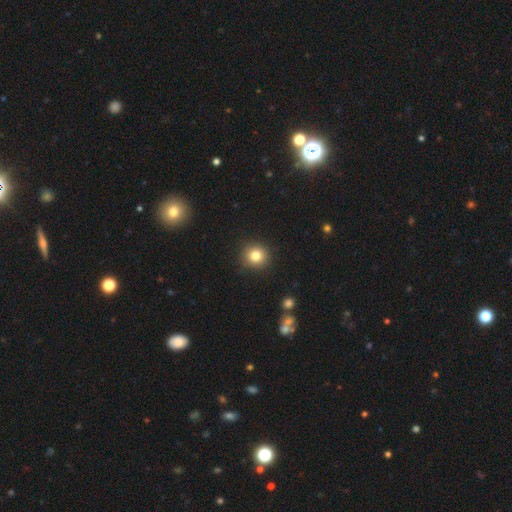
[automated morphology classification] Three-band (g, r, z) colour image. It shows a smooth galaxy with no disk features (82%) that is round (91%). Merging: none (91%).